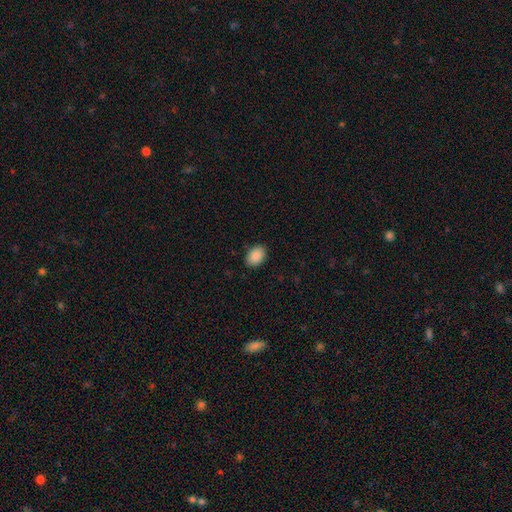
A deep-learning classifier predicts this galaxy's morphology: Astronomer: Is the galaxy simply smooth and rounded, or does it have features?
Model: smooth — 90%.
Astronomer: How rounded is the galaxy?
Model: in between — 83%.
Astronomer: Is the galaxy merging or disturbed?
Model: none — 89%.